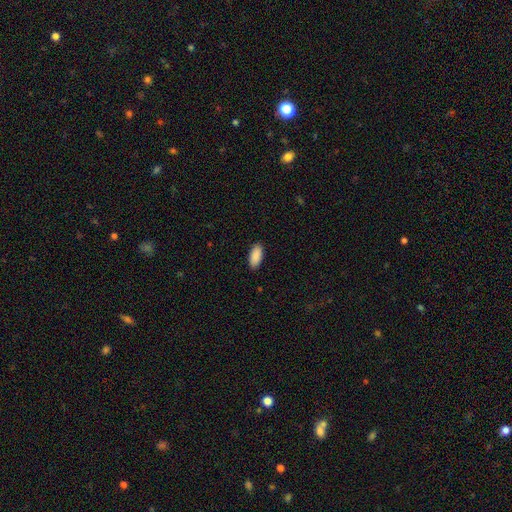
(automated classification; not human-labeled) This is clearly a smooth galaxy (91%). How rounded: clearly in between (91%). Merging: clearly none (90%).